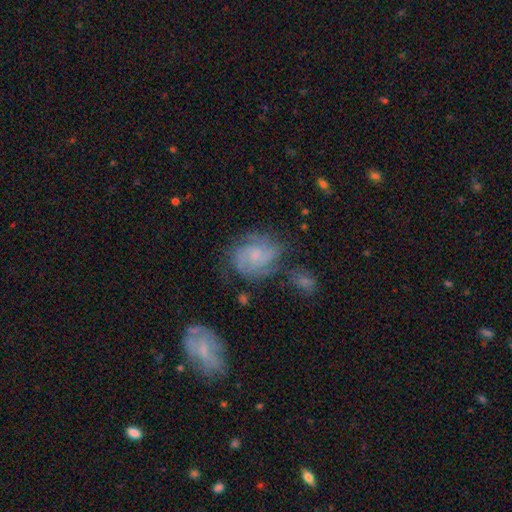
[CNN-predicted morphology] Smooth or featured? Predicted: featured or disk (p=0.69). Edge-on disk? Predicted: no (p=0.98). Bar? Predicted: no (p=0.68). Spiral arms? Predicted: yes (p=0.91). Spiral winding? Predicted: tight (p=0.49). Spiral arm count? Predicted: 2 (p=0.33). Bulge size? Predicted: small (p=0.59). Merging? Predicted: none (p=0.60).